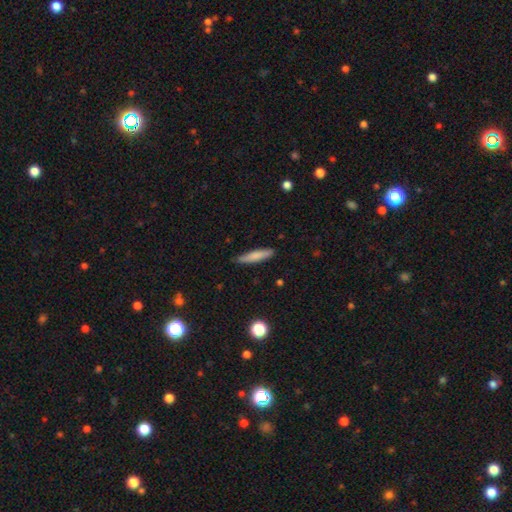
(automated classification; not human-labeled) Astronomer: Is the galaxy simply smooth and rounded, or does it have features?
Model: smooth — 78%.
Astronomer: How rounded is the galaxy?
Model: cigar-shaped — 85%.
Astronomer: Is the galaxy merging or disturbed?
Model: none — 80%.